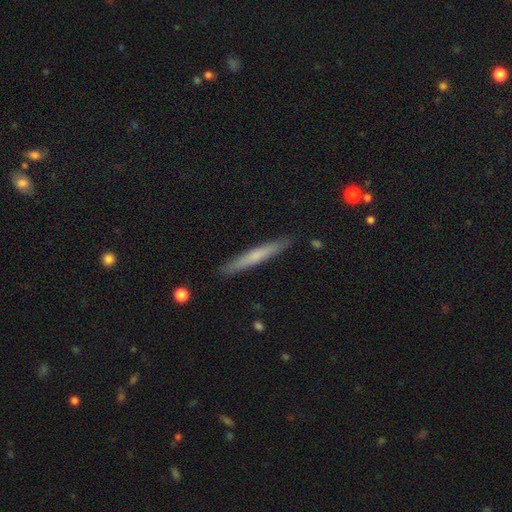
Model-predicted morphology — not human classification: A smooth galaxy with no disk features (60%) that is cigar-shaped (96%).

Vote fractions:
- Smooth or featured? smooth: 60% / featured or disk: 35% / star or artifact: 6%
- How rounded? cigar-shaped: 96% / in between: 3% / round: 1%
- Merging? none: 90% / minor disturbance: 7% / major disturbance: 1% / merger: 1%